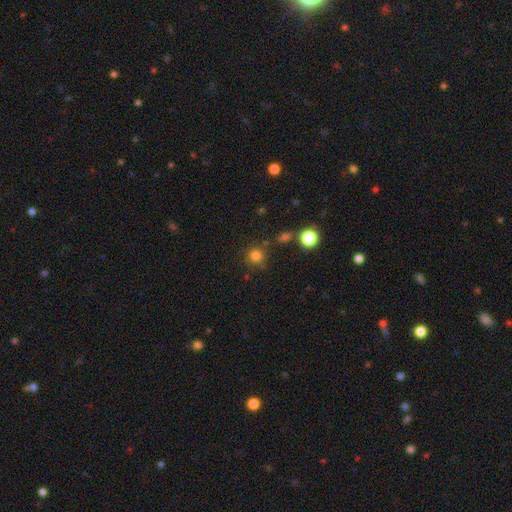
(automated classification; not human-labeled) Smooth or featured? Predicted: smooth (p=0.80). How rounded? Predicted: round (p=0.93). Merging? Predicted: none (p=0.79).